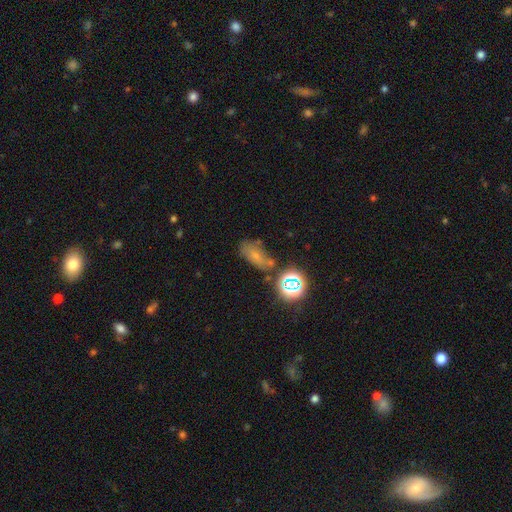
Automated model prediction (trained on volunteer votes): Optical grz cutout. It shows a smooth galaxy with no disk features (62%) that is in between round and cigar-shaped (82%). Merging: none (54%).